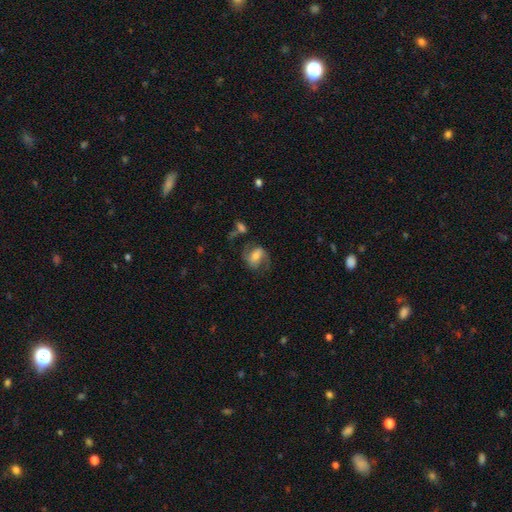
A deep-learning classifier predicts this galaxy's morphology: Smooth or featured? featured or disk (59%)
Edge-on disk? no (96%)
Bar? weak (42%)
Spiral arms? yes (87%)
Spiral winding? medium (48%)
Spiral arm count? 2 (85%)
Bulge size? moderate (48%)
Merging? none (58%)